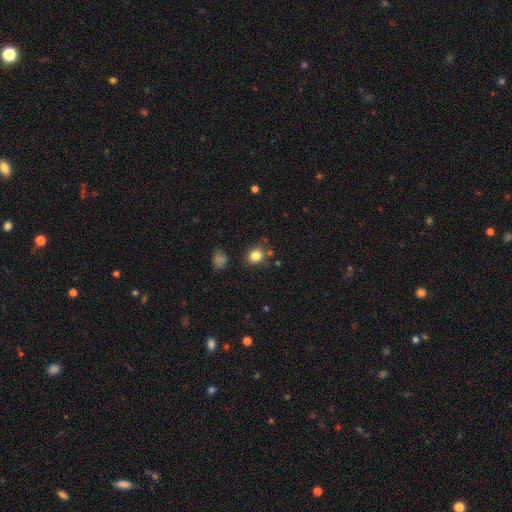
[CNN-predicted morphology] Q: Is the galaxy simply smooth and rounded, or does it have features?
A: smooth — 82%.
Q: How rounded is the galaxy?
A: round — 76%.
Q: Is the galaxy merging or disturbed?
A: none — 80%.